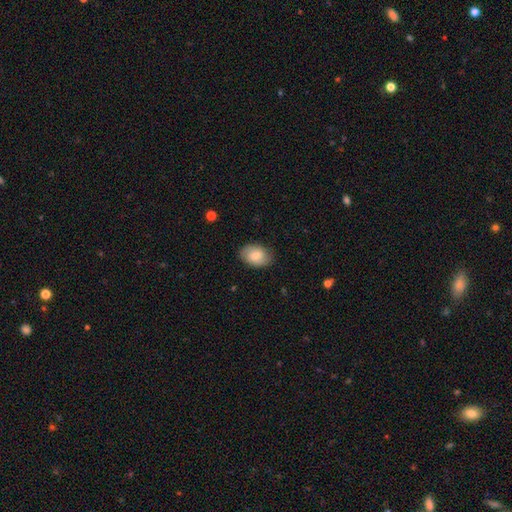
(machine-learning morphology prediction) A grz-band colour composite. It shows a smooth galaxy with no disk features (71%) that is in between round and cigar-shaped (80%). Merging: none (83%).